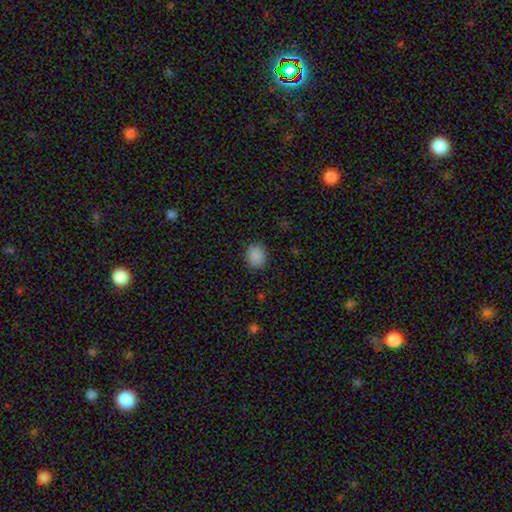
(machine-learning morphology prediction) This appears to be a smooth galaxy with no disk features (88%) that is round (60%). Merging: none (87%).